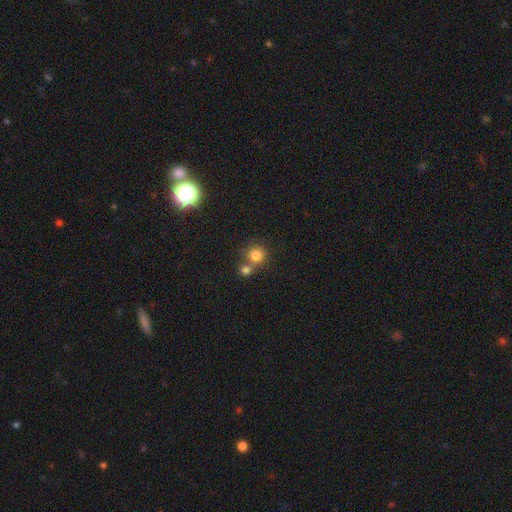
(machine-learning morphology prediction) type=smooth (81%); roundness=round (89%); merging=none (47%).